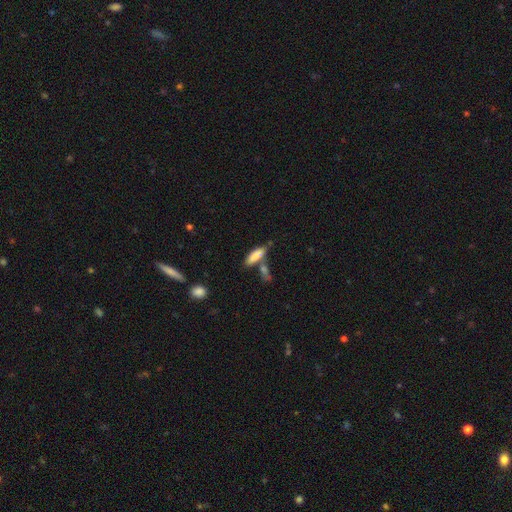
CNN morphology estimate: Q: Smooth or featured?
A: smooth (83%); runner-up: featured or disk (10%)
Q: How rounded?
A: in between (49%); tied with: cigar-shaped (49%)
Q: Merging?
A: none (59%); runner-up: merger (21%)